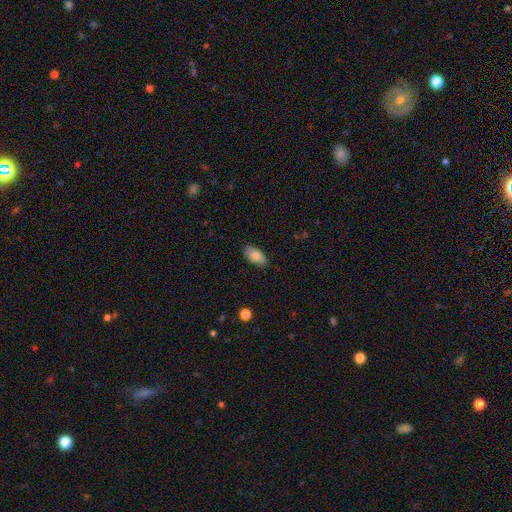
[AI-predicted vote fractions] smooth 84%, featured or disk 9%, star or artifact 7%. Down the decision tree: how rounded — in between (93%); merging — none (84%).